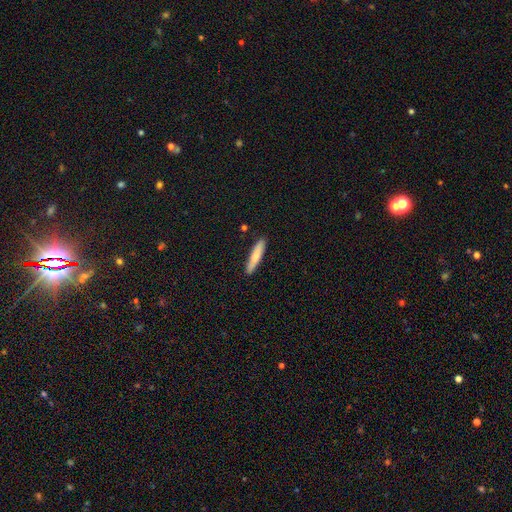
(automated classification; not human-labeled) Smooth or featured? Predicted: smooth (p=0.73). How rounded? Predicted: cigar-shaped (p=0.90). Merging? Predicted: none (p=0.89).